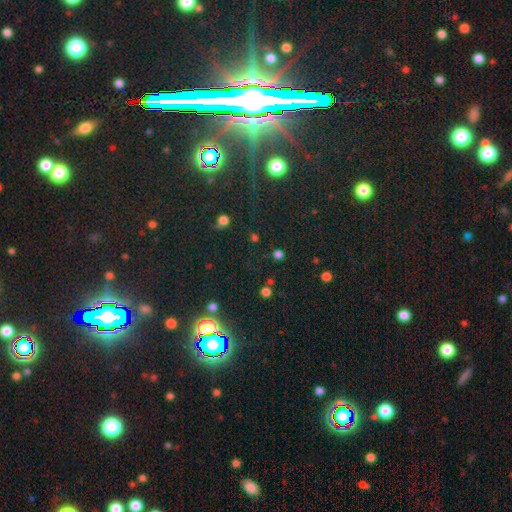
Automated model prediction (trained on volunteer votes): This is clearly a star or artifact rather than a galaxy (81%).